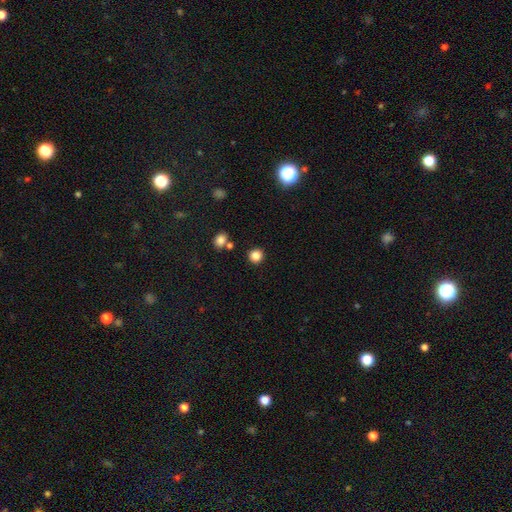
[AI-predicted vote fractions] A smooth galaxy with no disk features (85%) that is round (91%).

Vote fractions:
- Smooth or featured? smooth: 85% / star or artifact: 12% / featured or disk: 4%
- How rounded? round: 91% / in between: 8% / cigar-shaped: 1%
- Merging? none: 86% / minor disturbance: 6% / merger: 5% / major disturbance: 2%